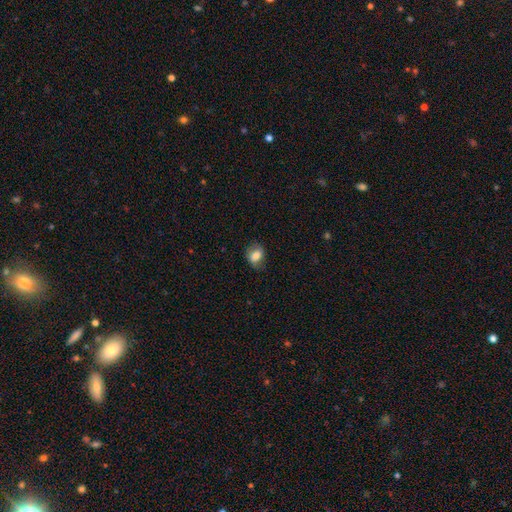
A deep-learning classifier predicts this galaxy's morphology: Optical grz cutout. It shows a smooth galaxy with no disk features (78%) that is in between round and cigar-shaped (66%). Merging: none (71%).